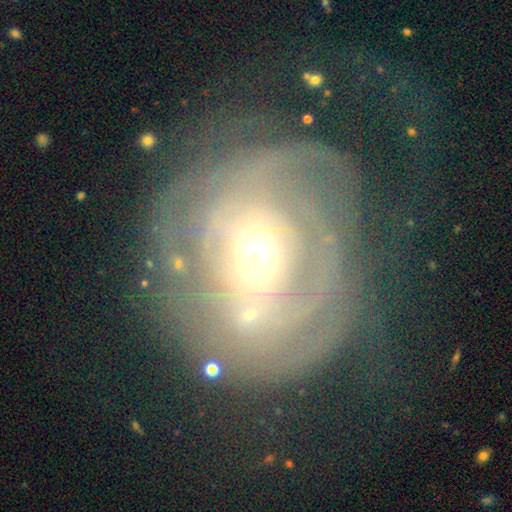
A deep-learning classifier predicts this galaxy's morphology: Smooth or featured? featured or disk (79%)
Edge-on disk? no (97%)
Bar? no (61%)
Spiral arms? yes (81%)
Spiral winding? tight (59%)
Spiral arm count? can't tell (37%)
Bulge size? moderate (66%)
Merging? none (53%)